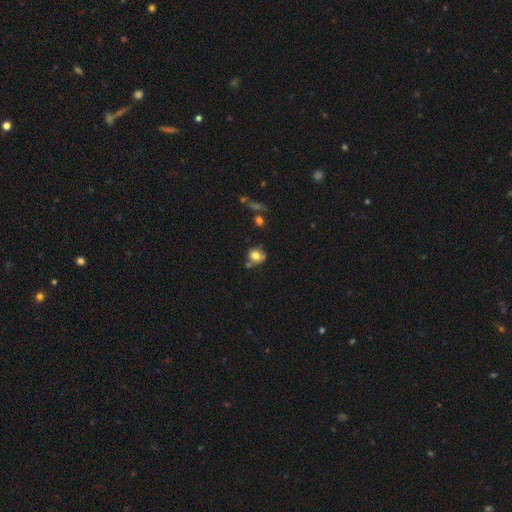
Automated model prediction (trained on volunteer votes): Q: Smooth or featured?
A: smooth (75%); runner-up: featured or disk (14%)
Q: How rounded?
A: round (72%); runner-up: in between (27%)
Q: Merging?
A: none (54%); runner-up: minor disturbance (21%)